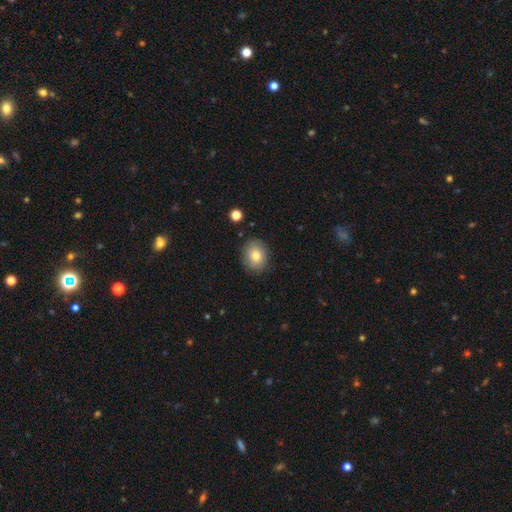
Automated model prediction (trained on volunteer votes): Smooth or featured? Predicted: smooth (p=0.81). How rounded? Predicted: round (p=0.57). Merging? Predicted: none (p=0.85).